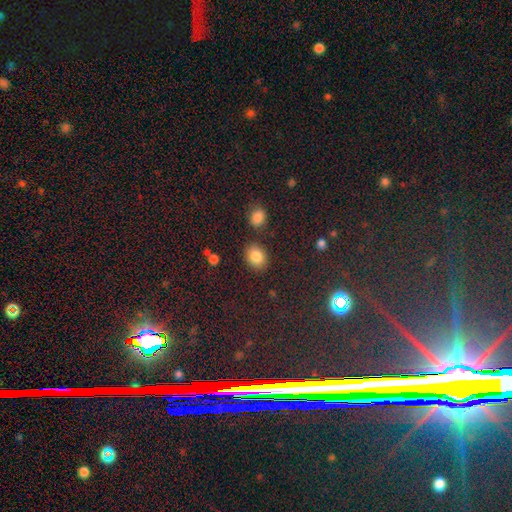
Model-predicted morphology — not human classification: A smooth galaxy with no disk features (84%) that is in between round and cigar-shaped (51%). Merging: none (83%).